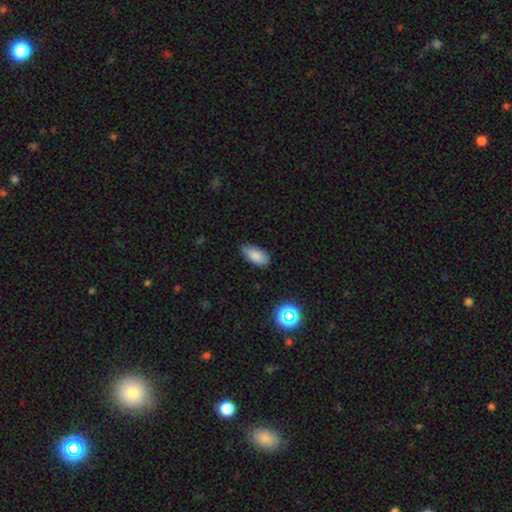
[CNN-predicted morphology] A smooth galaxy with no disk features (84%) that is in between round and cigar-shaped (91%).

Vote fractions:
- Smooth or featured? smooth: 84% / star or artifact: 9% / featured or disk: 7%
- How rounded? in between: 91% / cigar-shaped: 6% / round: 3%
- Merging? none: 66% / minor disturbance: 28% / major disturbance: 4% / merger: 2%